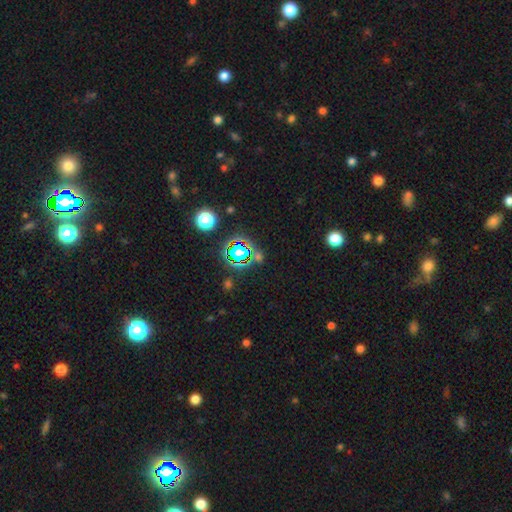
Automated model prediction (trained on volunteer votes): This appears to be a star or artifact, not a galaxy (71%).